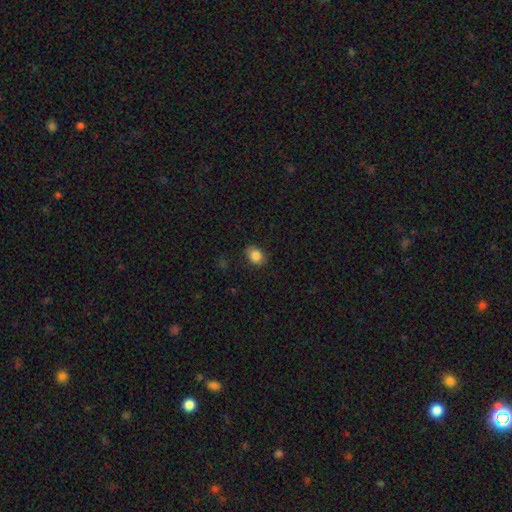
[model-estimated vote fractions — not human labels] Smooth or featured: smooth — 85% (star or artifact — 9%)
How rounded: in between — 57% (round — 42%)
Merging: none — 83% (minor disturbance — 13%)